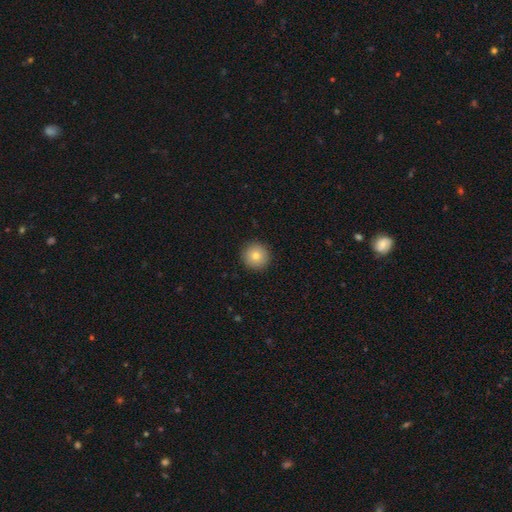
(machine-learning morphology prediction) A smooth galaxy with no disk features (79%) that is round (96%). Merging: none (92%).